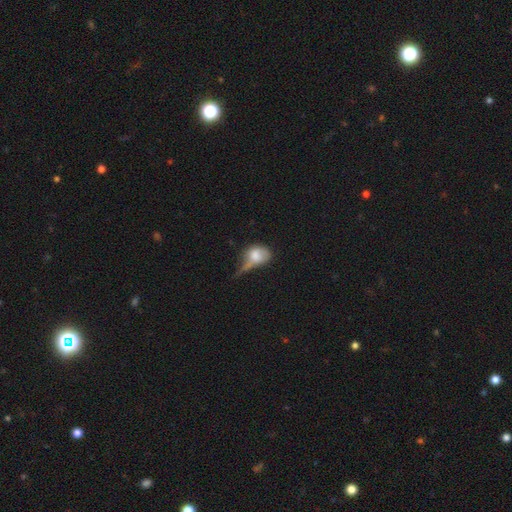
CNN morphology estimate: A smooth galaxy with no disk features (68%) that is in between round and cigar-shaped (69%). Merging: major disturbance (41%).